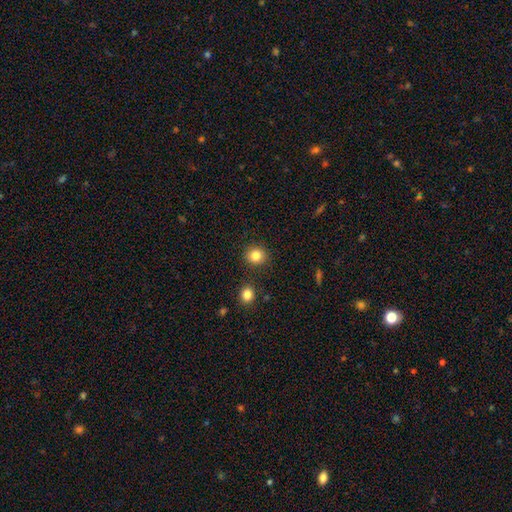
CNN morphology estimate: Smooth or featured?
  - smooth: 84% *
  - star or artifact: 11%
  - featured or disk: 5%
How rounded?
  - round: 85% *
  - in between: 14%
  - cigar-shaped: 1%
Merging?
  - none: 88% *
  - minor disturbance: 7%
  - merger: 3%
  - major disturbance: 2%